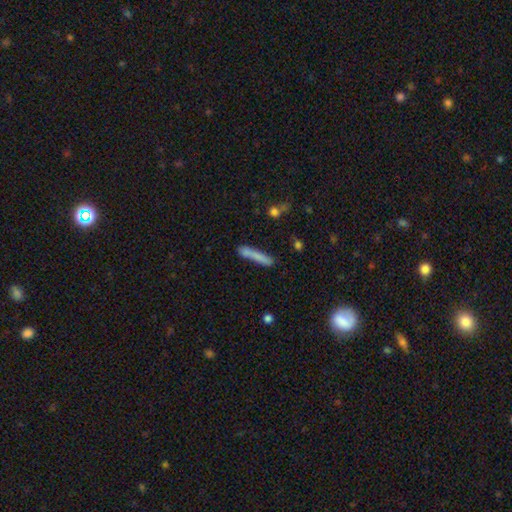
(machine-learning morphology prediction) Q: Smooth or featured?
A: smooth (75%); runner-up: featured or disk (18%)
Q: How rounded?
A: cigar-shaped (93%); runner-up: in between (5%)
Q: Merging?
A: none (72%); runner-up: minor disturbance (16%)